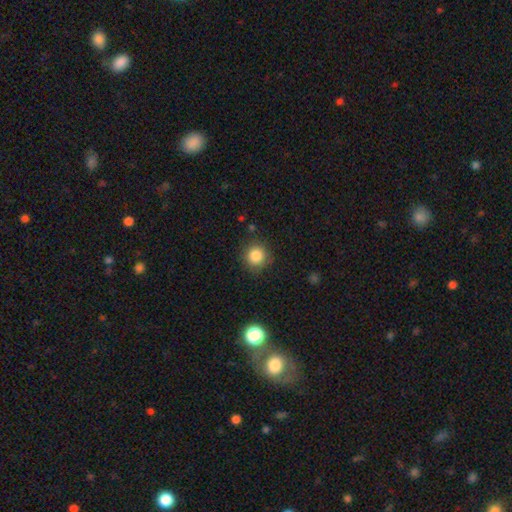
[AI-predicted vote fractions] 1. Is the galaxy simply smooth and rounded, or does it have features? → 84% smooth, 11% star or artifact, 5% featured or disk.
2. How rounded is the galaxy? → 91% round, 8% in between, 1% cigar-shaped.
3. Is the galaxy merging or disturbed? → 85% none, 10% minor disturbance, 3% major disturbance, 2% merger.